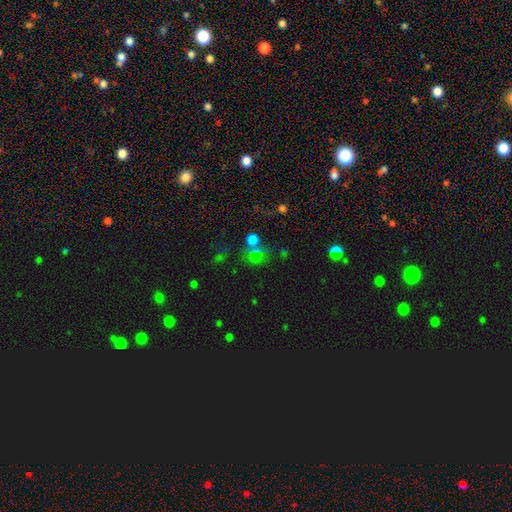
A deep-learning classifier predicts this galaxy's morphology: A smooth galaxy with no disk features (48%). Merging: none (52%).